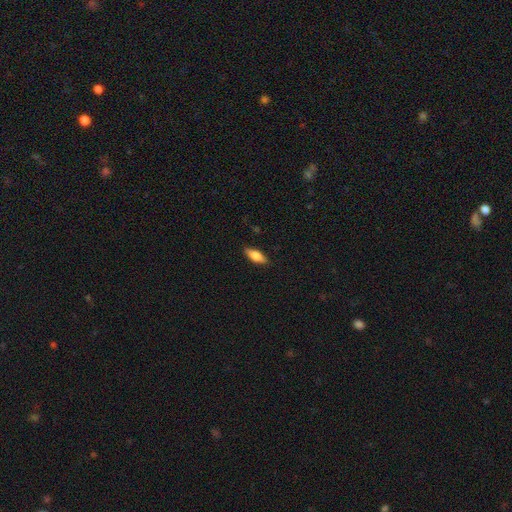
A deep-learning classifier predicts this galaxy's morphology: The model was most divided on "how rounded": in between: 75%, cigar-shaped: 23%, round: 2%. More confident: merging — none (87%); smooth or featured — smooth (75%).